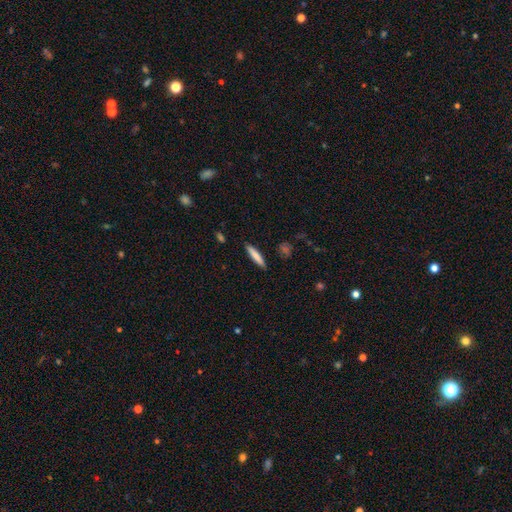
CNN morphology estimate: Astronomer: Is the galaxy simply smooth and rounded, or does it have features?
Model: smooth — 77%.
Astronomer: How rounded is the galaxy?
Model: cigar-shaped — 91%.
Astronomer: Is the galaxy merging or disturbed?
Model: none — 89%.